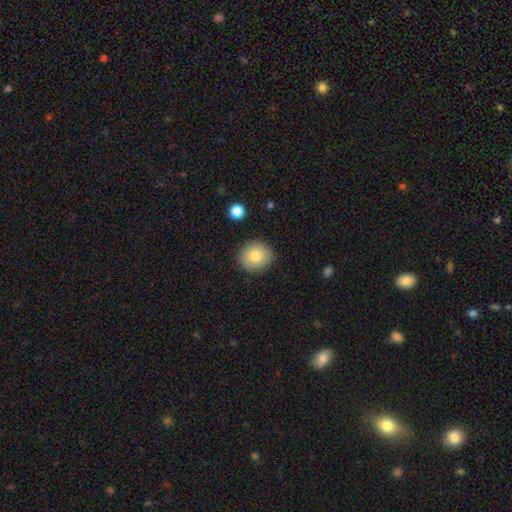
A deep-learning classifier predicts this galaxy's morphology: A smooth galaxy with no disk features (82%) that is round (88%).

Vote fractions:
- Smooth or featured? smooth: 82% / featured or disk: 10% / star or artifact: 8%
- How rounded? round: 88% / in between: 11% / cigar-shaped: 1%
- Merging? none: 89% / minor disturbance: 8% / major disturbance: 2% / merger: 1%